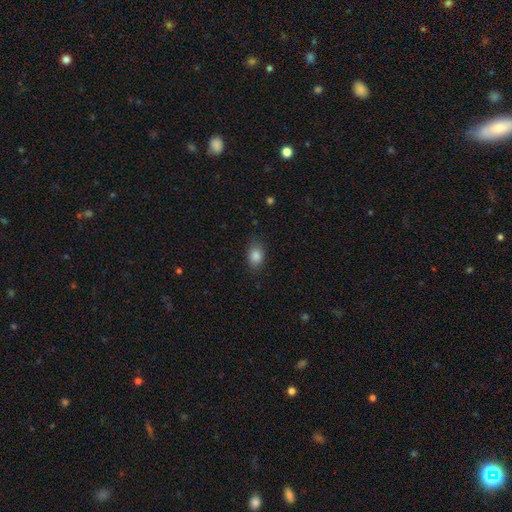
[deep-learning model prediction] Q: Smooth or featured?
A: smooth (86%); runner-up: star or artifact (9%)
Q: How rounded?
A: in between (80%); runner-up: round (18%)
Q: Merging?
A: none (81%); runner-up: minor disturbance (14%)